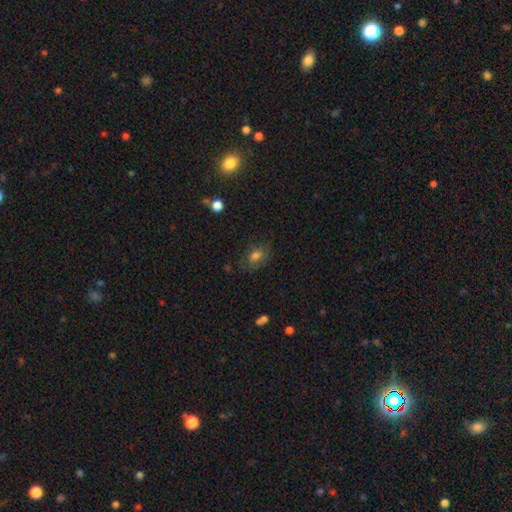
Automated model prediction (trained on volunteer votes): Smooth or featured? Predicted: smooth (p=0.69). How rounded? Predicted: in between (p=0.75). Merging? Predicted: none (p=0.70).